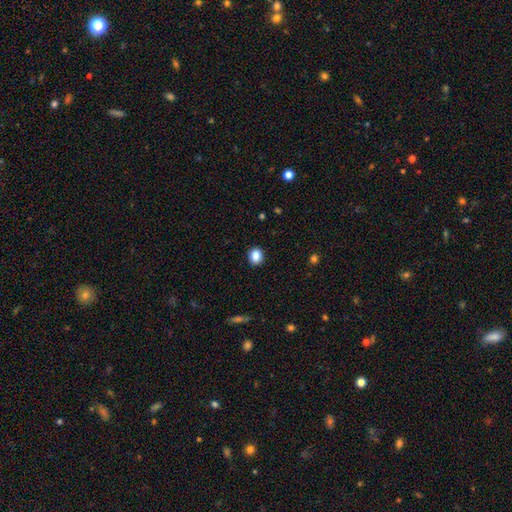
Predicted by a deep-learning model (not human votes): smooth 87%, star or artifact 9%, featured or disk 4%. Down the decision tree: how rounded — round (63%); merging — none (90%).